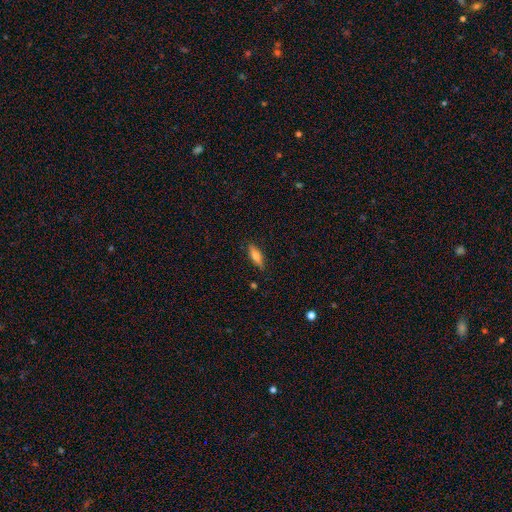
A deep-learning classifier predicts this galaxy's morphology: A smooth galaxy with no disk features (68%) that is in between round and cigar-shaped (53%).

Vote fractions:
- Smooth or featured? smooth: 68% / featured or disk: 26% / star or artifact: 7%
- How rounded? in between: 53% / cigar-shaped: 44% / round: 2%
- Merging? none: 85% / minor disturbance: 12% / major disturbance: 2% / merger: 1%